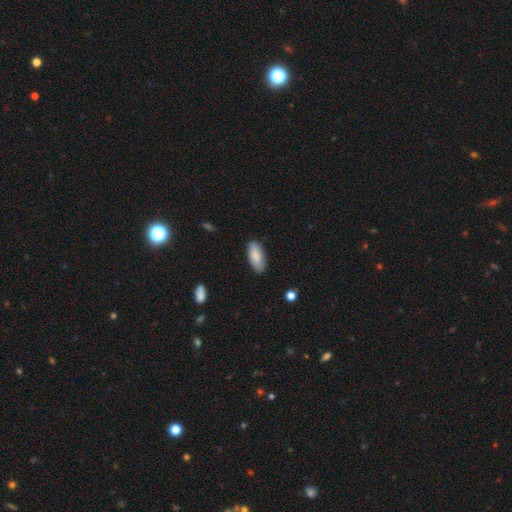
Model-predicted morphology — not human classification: smooth-or-featured: smooth: 83% | featured or disk: 11% | star or artifact: 6%
  how-rounded: in between: 83% | cigar-shaped: 16% | round: 2%
  merging: none: 85% | minor disturbance: 12% | major disturbance: 2% | merger: 1%